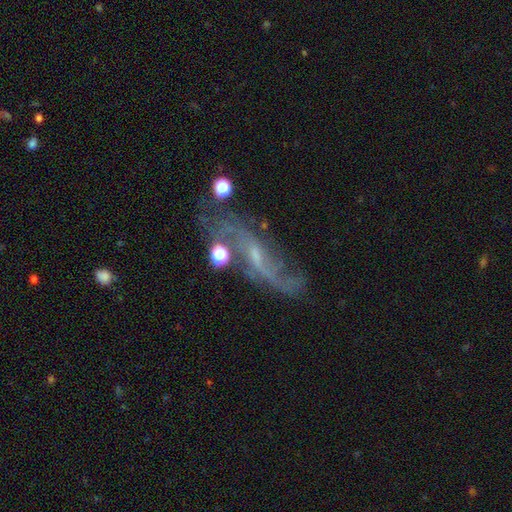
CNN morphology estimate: A featured or disk galaxy (76%) with a weak bar (43%), 2 (69%) loose (59%) spiral arms (88%) and a small central bulge (64%).

Vote fractions:
- Smooth or featured? featured or disk: 76% / smooth: 13% / star or artifact: 11%
- Edge-on disk? no: 85% / yes: 15%
- Bar? weak: 43% / no: 42% / strong: 15%
- Spiral arms? yes: 88% / no: 12%
- Spiral winding? loose: 59% / medium: 28% / tight: 12%
- Spiral arm count? 2: 69% / can't tell: 14% / 1: 8% / 3: 5% / 4: 3% / more than 4: 2%
- Bulge size? small: 64% / moderate: 23% / none: 10% / large: 2% / dominant: 1%
- Merging? none: 54% / minor disturbance: 19% / major disturbance: 17% / merger: 10%